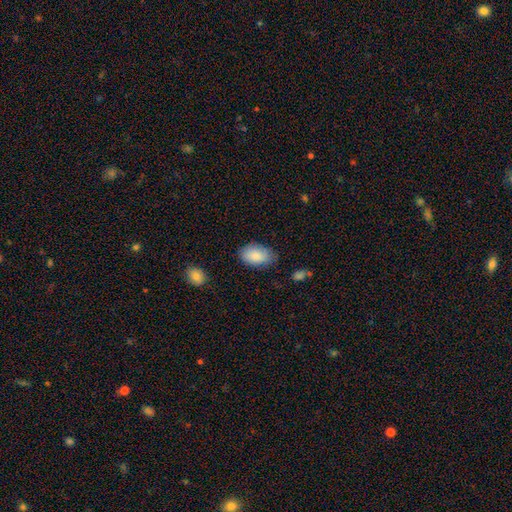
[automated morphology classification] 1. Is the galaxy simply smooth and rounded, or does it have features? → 88% smooth, 6% featured or disk, 6% star or artifact.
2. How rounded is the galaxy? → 94% in between, 5% round, 1% cigar-shaped.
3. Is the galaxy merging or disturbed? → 75% none, 20% minor disturbance, 4% major disturbance, 2% merger.